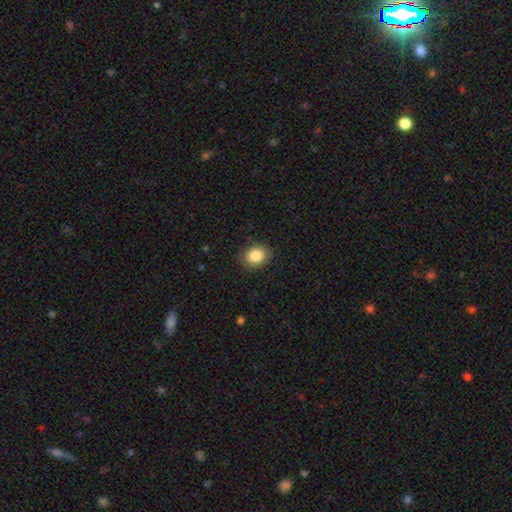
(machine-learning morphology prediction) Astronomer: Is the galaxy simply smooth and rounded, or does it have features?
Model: smooth — 86%.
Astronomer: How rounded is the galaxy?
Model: round — 56% (runner-up: in between, 43%).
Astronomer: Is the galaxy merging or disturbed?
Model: none — 86%.